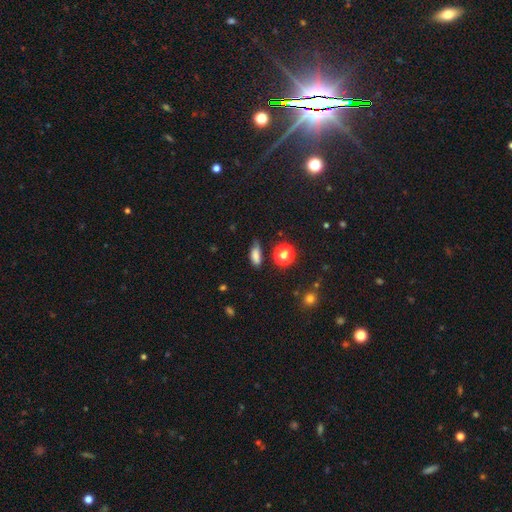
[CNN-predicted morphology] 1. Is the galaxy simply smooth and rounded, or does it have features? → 76% smooth, 15% star or artifact, 9% featured or disk.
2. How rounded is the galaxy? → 69% in between, 20% cigar-shaped, 11% round.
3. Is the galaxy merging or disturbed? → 57% none, 31% minor disturbance, 9% major disturbance, 4% merger.